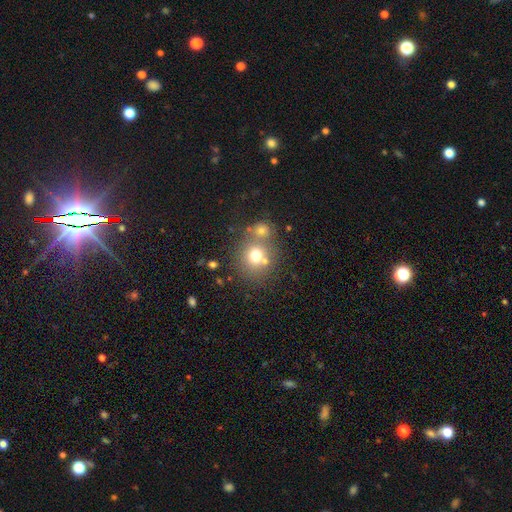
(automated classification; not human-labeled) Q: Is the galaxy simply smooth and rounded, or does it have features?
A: smooth — 70%.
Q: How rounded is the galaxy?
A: round — 87%.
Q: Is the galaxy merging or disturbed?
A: none — 54%.